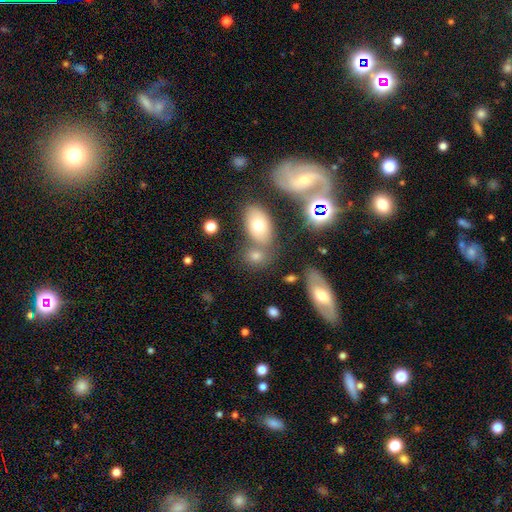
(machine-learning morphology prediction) smooth-or-featured: smooth: 71% | star or artifact: 16% | featured or disk: 13%
  how-rounded: in between: 61% | round: 37% | cigar-shaped: 3%
  merging: none: 55% | merger: 28% | minor disturbance: 12% | major disturbance: 5%